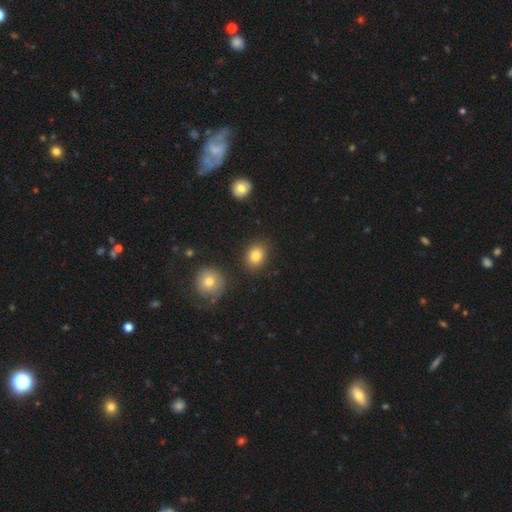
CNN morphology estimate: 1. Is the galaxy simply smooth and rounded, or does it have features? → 82% smooth, 11% star or artifact, 8% featured or disk.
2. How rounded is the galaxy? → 54% round, 46% in between, 1% cigar-shaped.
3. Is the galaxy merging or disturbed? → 85% none, 9% minor disturbance, 3% merger, 3% major disturbance.